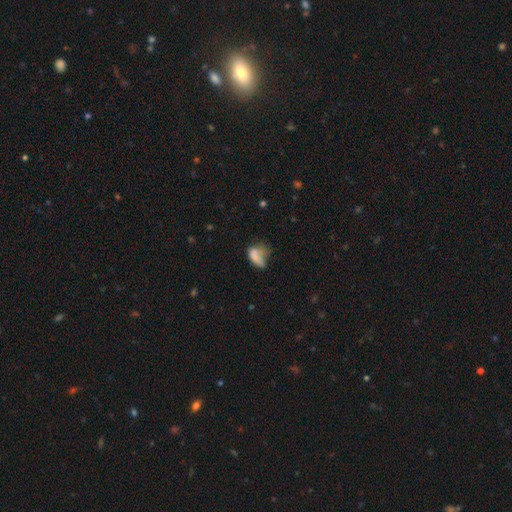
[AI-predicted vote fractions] smooth-or-featured: smooth: 66% | featured or disk: 22% | star or artifact: 11%
  how-rounded: in between: 83% | round: 11% | cigar-shaped: 5%
  merging: major disturbance: 36% | minor disturbance: 25% | none: 24% | merger: 15%